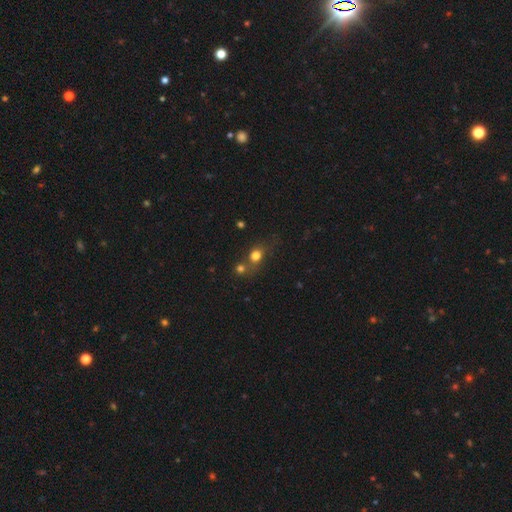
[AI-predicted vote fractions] Smooth or featured? smooth (74%)
How rounded? round (68%)
Merging? none (48%)